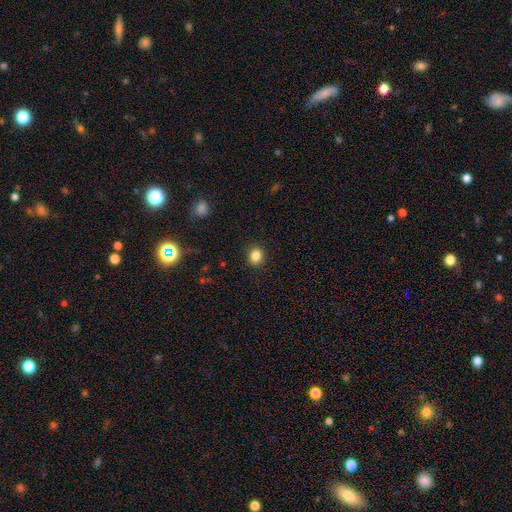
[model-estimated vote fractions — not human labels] smooth-or-featured: smooth: 84% | star or artifact: 11% | featured or disk: 5%
  how-rounded: round: 62% | in between: 37% | cigar-shaped: 1%
  merging: none: 89% | minor disturbance: 8% | major disturbance: 2% | merger: 1%